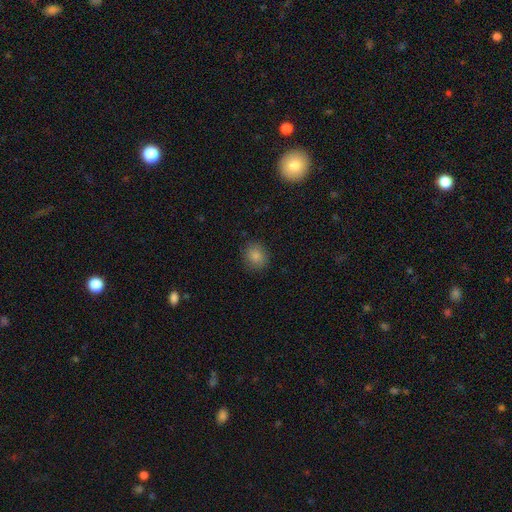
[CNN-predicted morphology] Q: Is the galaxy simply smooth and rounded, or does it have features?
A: smooth — 85%.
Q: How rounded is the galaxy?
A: round — 74%.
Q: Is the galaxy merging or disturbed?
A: none — 84%.